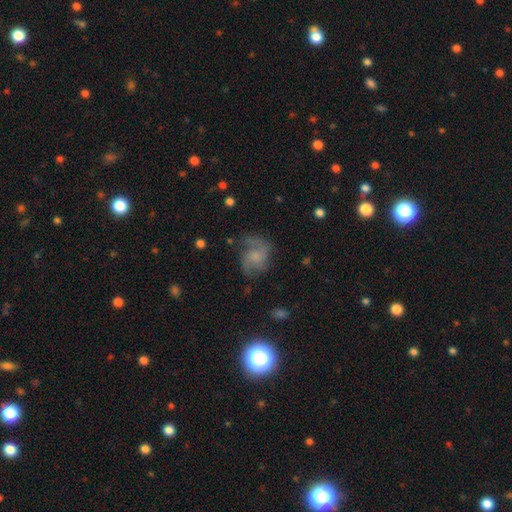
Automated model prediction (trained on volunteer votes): Q: Smooth or featured?
A: featured or disk (67%); runner-up: smooth (23%)
Q: Edge-on disk?
A: no (98%); runner-up: yes (2%)
Q: Bar?
A: no (64%); runner-up: weak (31%)
Q: Spiral arms?
A: yes (90%); runner-up: no (10%)
Q: Spiral winding?
A: medium (47%); runner-up: loose (38%)
Q: Spiral arm count?
A: 2 (60%); runner-up: 3 (13%)
Q: Bulge size?
A: small (40%); runner-up: none (29%)
Q: Merging?
A: none (57%); runner-up: minor disturbance (21%)